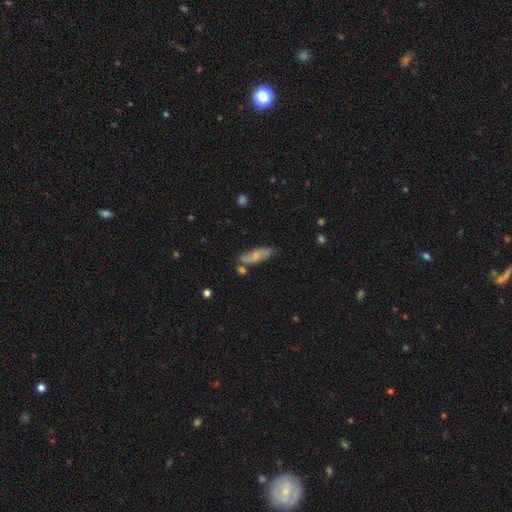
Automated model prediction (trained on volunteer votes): Q: Smooth or featured?
A: smooth (52%); runner-up: featured or disk (40%)
Q: How rounded?
A: in between (63%); runner-up: cigar-shaped (33%)
Q: Merging?
A: none (65%); runner-up: minor disturbance (20%)